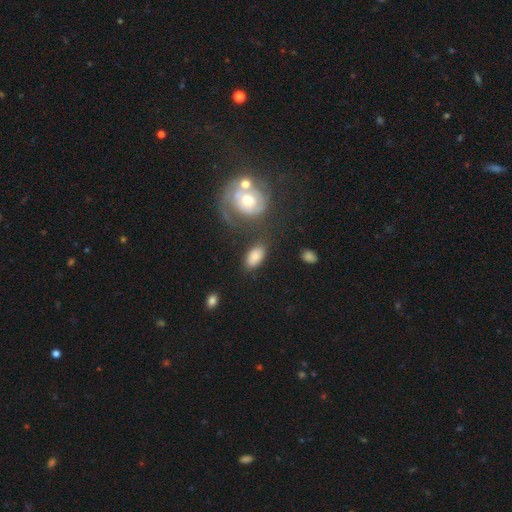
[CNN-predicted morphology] Smooth or featured?
  - smooth: 75% *
  - featured or disk: 17%
  - star or artifact: 8%
How rounded?
  - in between: 91% *
  - round: 7%
  - cigar-shaped: 2%
Merging?
  - none: 65% *
  - minor disturbance: 17%
  - merger: 10%
  - major disturbance: 8%